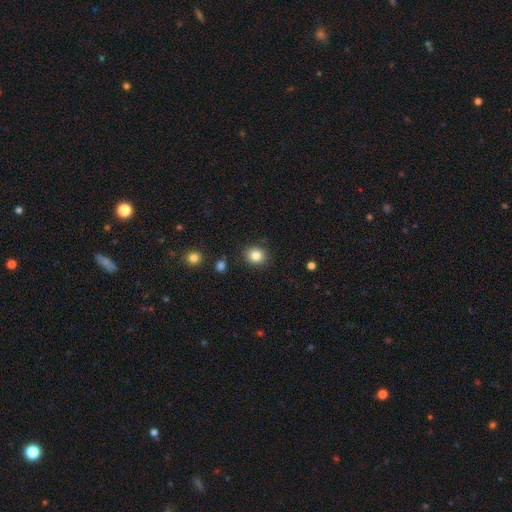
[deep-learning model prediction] Overall: smooth (84%). How rounded: round (70%). Merging: none (89%).